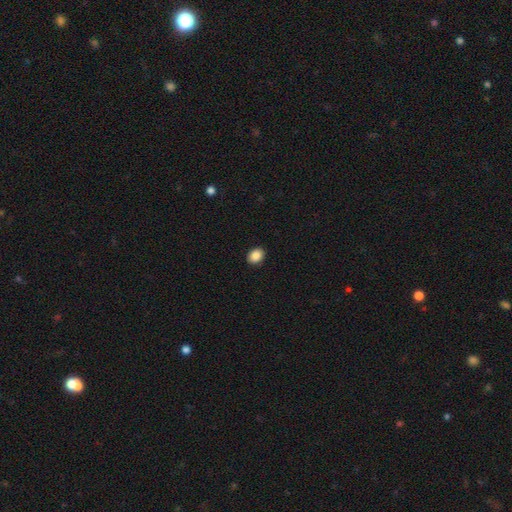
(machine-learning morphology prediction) Smooth or featured: smooth — 88% (star or artifact — 8%)
How rounded: in between — 58% (round — 41%)
Merging: none — 92% (minor disturbance — 6%)